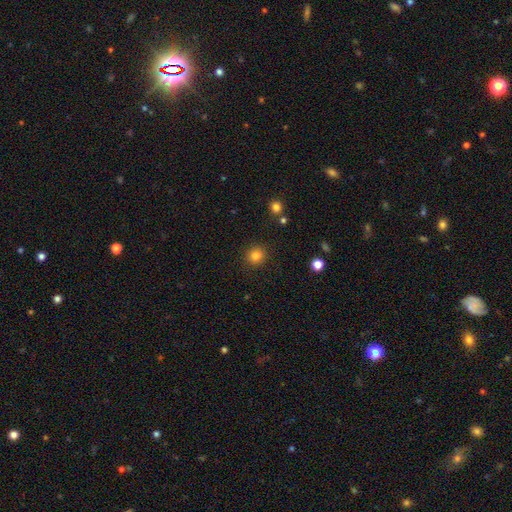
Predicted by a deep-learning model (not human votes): Smooth or featured: smooth — 83% (star or artifact — 12%)
How rounded: round — 88% (in between — 11%)
Merging: none — 90% (minor disturbance — 6%)